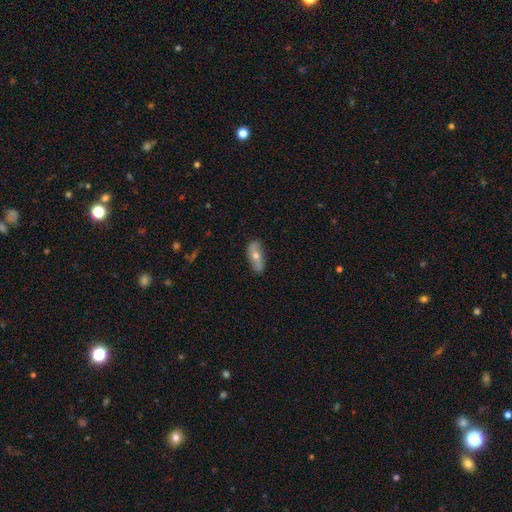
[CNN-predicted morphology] Smooth or featured: smooth — 48% (featured or disk — 44%)
Merging: none — 81% (minor disturbance — 15%)